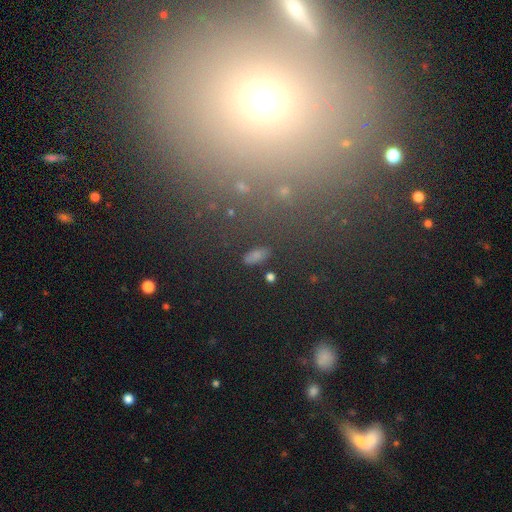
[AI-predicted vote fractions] A smooth galaxy with no disk features (61%) that is in between round and cigar-shaped (76%). Merging: none (83%).